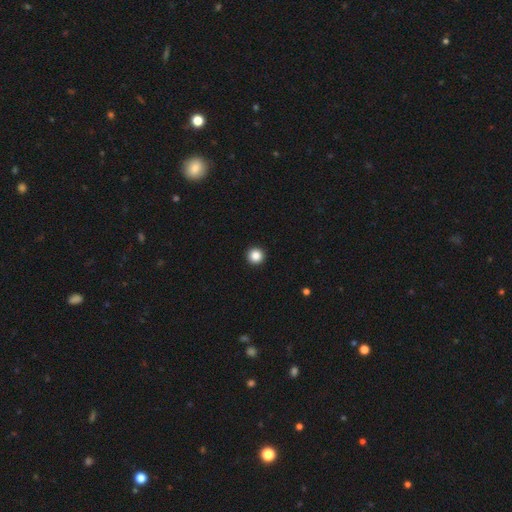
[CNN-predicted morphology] Smooth or featured? smooth (86%)
How rounded? round (96%)
Merging? none (94%)